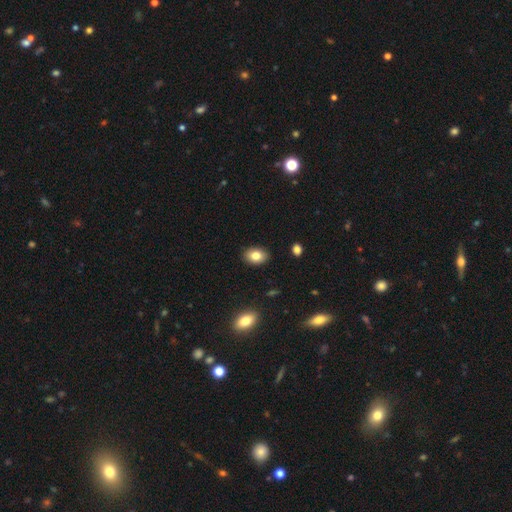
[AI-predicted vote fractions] Smooth or featured? Predicted: smooth (p=0.82). How rounded? Predicted: in between (p=0.81). Merging? Predicted: none (p=0.89).